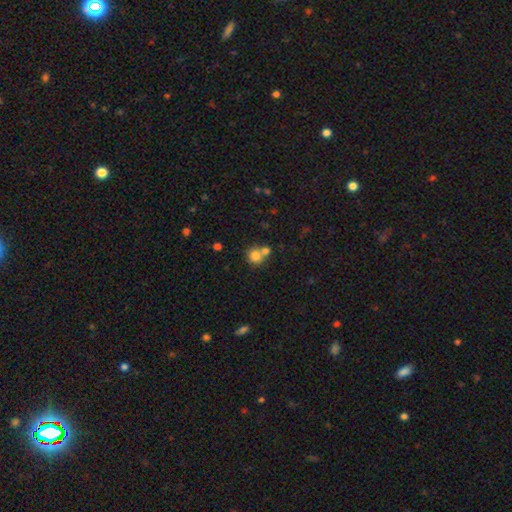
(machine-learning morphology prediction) Smooth or featured? smooth (80%)
How rounded? round (89%)
Merging? none (51%)